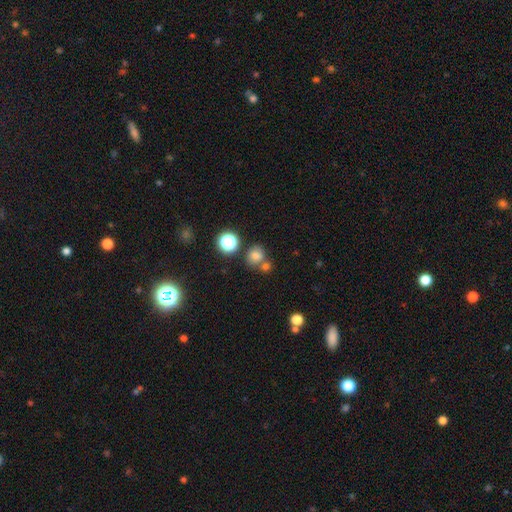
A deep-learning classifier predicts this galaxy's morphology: Q: Smooth or featured?
A: smooth (73%); runner-up: star or artifact (18%)
Q: How rounded?
A: round (74%); runner-up: in between (25%)
Q: Merging?
A: none (55%); runner-up: merger (31%)